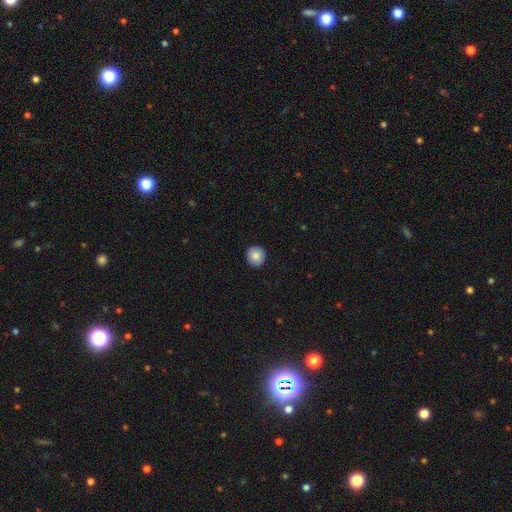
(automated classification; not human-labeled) smooth-or-featured: smooth: 86% | star or artifact: 8% | featured or disk: 6%
  how-rounded: round: 91% | in between: 8% | cigar-shaped: 1%
  merging: none: 91% | minor disturbance: 6% | major disturbance: 2% | merger: 1%